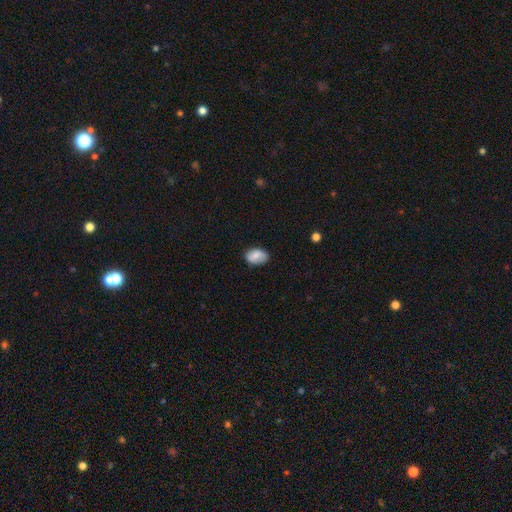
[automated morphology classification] smooth 80%, featured or disk 13%, star or artifact 7%. Down the decision tree: how rounded — in between (87%); merging — none (78%).